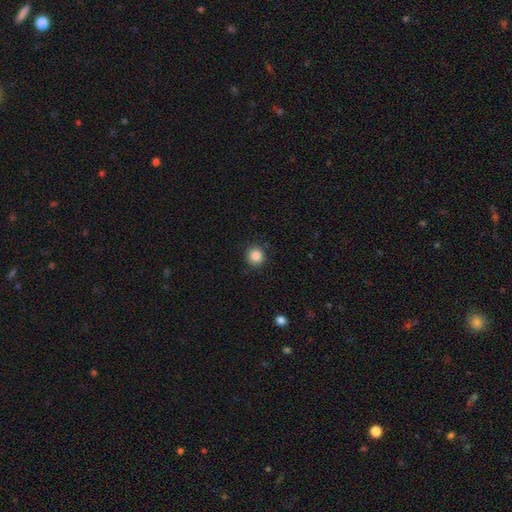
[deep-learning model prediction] smooth-or-featured: smooth: 86% | star or artifact: 10% | featured or disk: 4%
  how-rounded: round: 92% | in between: 7% | cigar-shaped: 1%
  merging: none: 89% | minor disturbance: 8% | major disturbance: 2% | merger: 1%